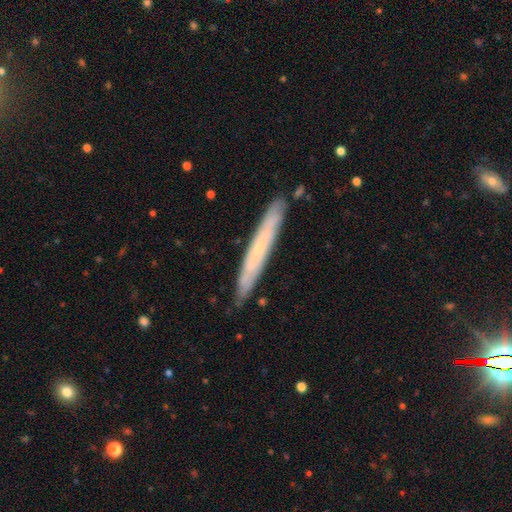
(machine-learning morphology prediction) The model was most divided on "smooth or featured": featured or disk: 52%, smooth: 41%, star or artifact: 7%. More confident: merging — none (85%); edge-on disk — yes (83%).